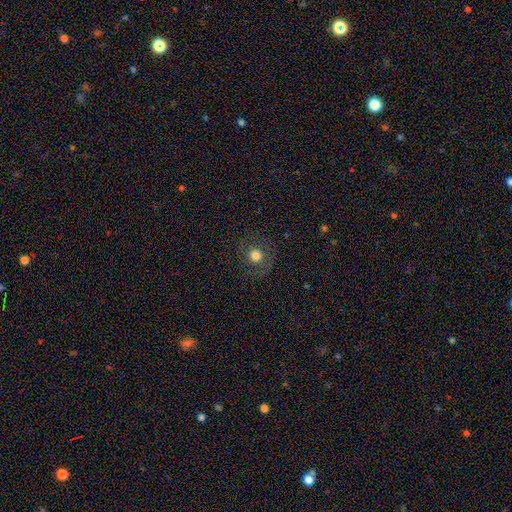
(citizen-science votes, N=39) This is clearly a smooth galaxy (82%). How rounded: clearly round (97%). Merging: clearly none (94%).